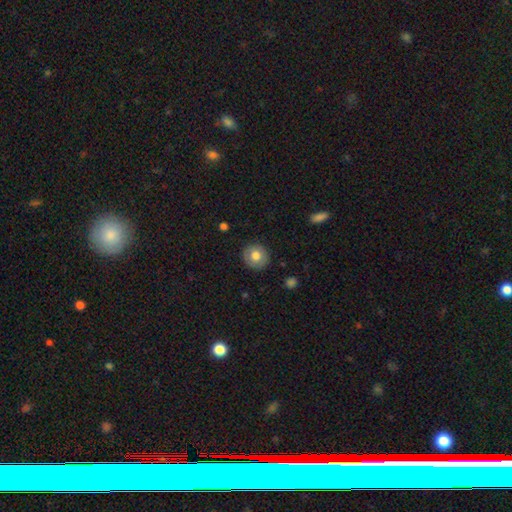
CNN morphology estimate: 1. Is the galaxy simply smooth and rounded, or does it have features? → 76% smooth, 15% featured or disk, 8% star or artifact.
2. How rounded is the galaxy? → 91% round, 8% in between, 1% cigar-shaped.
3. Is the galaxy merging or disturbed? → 89% none, 8% minor disturbance, 2% major disturbance, 1% merger.